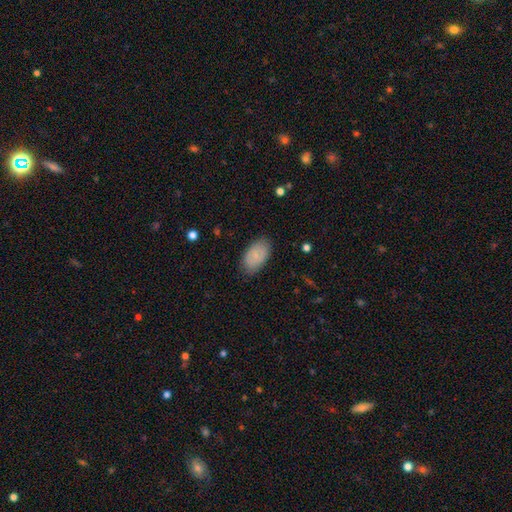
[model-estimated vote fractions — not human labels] A smooth galaxy with no disk features (79%) that is in between round and cigar-shaped (93%). Merging: none (82%).